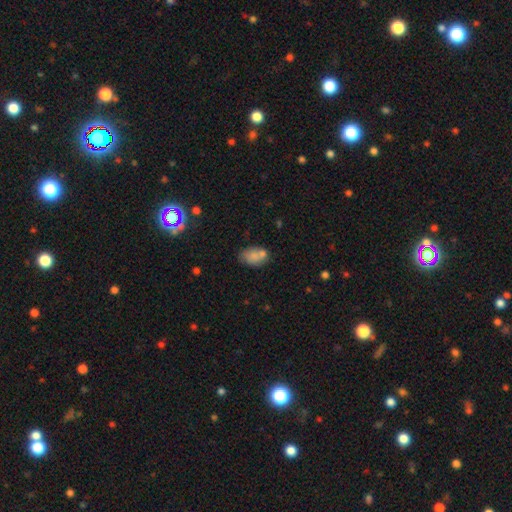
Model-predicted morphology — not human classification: Q: Smooth or featured?
A: smooth (76%); runner-up: featured or disk (15%)
Q: How rounded?
A: in between (85%); runner-up: round (14%)
Q: Merging?
A: none (51%); runner-up: merger (24%)